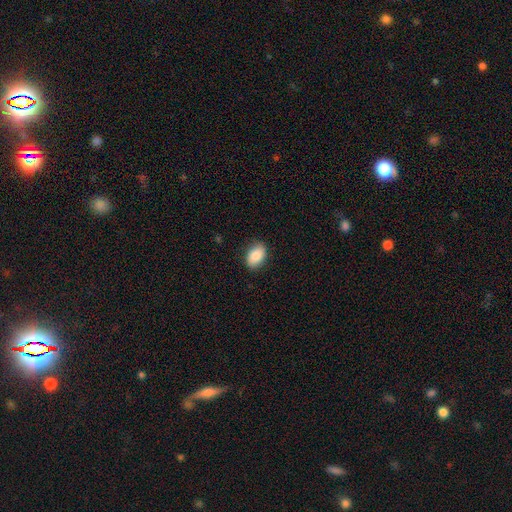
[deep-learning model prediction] A smooth galaxy with no disk features (86%) that is in between round and cigar-shaped (86%). Merging: none (85%).